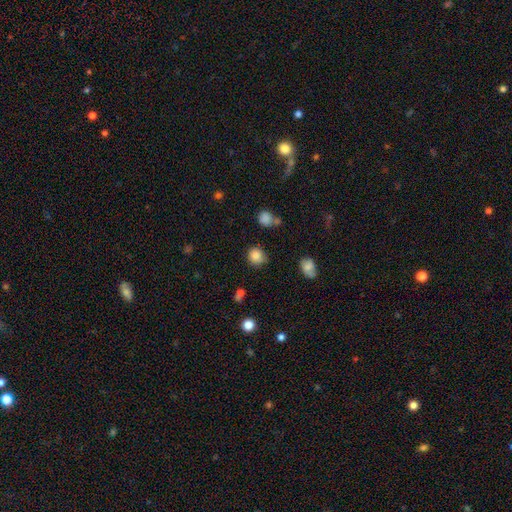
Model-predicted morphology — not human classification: Smooth or featured? Predicted: smooth (p=0.83). How rounded? Predicted: round (p=0.83). Merging? Predicted: none (p=0.76).